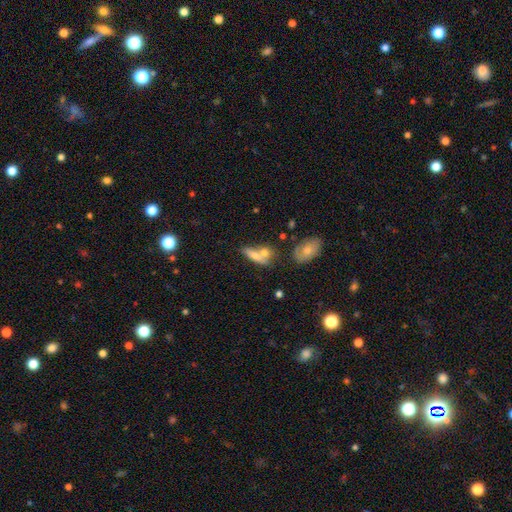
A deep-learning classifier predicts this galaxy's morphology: Smooth or featured: smooth — 65% (featured or disk — 26%)
How rounded: in between — 55% (cigar-shaped — 36%)
Merging: merger — 44% (none — 36%)